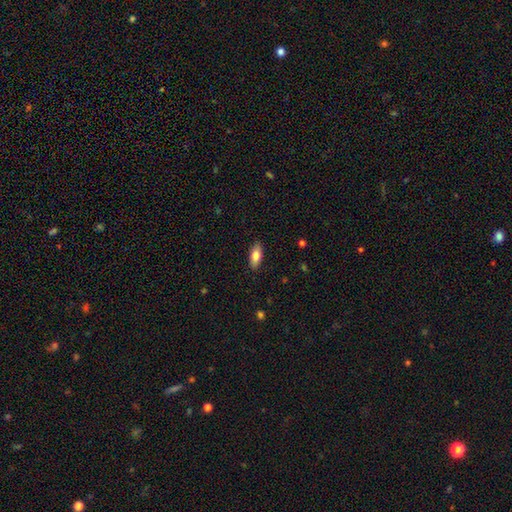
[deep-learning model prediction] smooth 80%, featured or disk 14%, star or artifact 6%. Down the decision tree: how rounded — in between (80%); merging — none (89%).